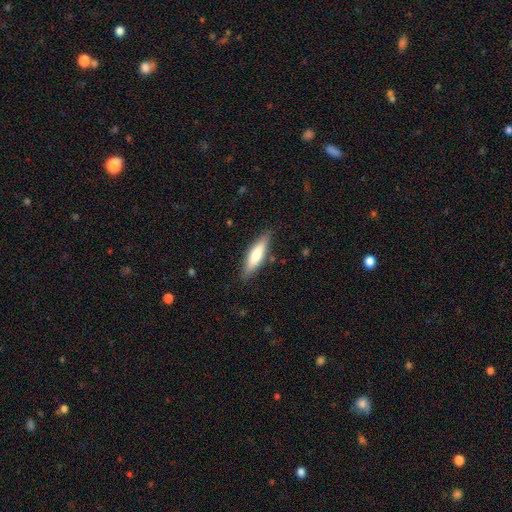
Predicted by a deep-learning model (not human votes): A smooth galaxy with no disk features (65%) that is cigar-shaped (67%).

Vote fractions:
- Smooth or featured? smooth: 65% / featured or disk: 30% / star or artifact: 6%
- How rounded? cigar-shaped: 67% / in between: 31% / round: 2%
- Merging? none: 85% / minor disturbance: 12% / major disturbance: 2% / merger: 1%